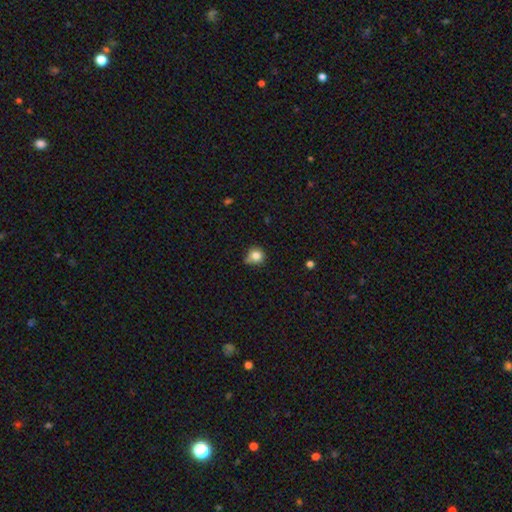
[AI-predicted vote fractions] Smooth or featured: smooth — 81% (star or artifact — 11%)
How rounded: round — 86% (in between — 13%)
Merging: none — 57% (minor disturbance — 30%)